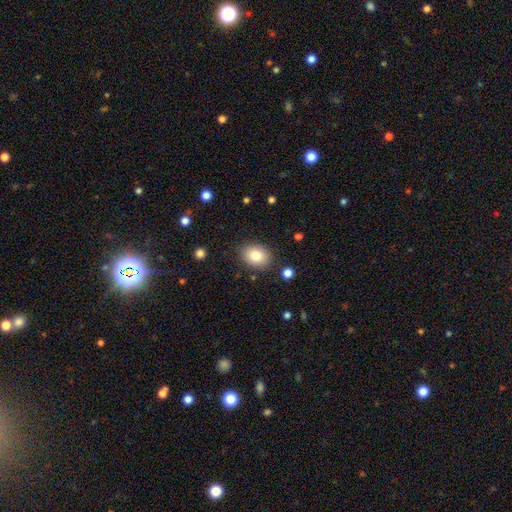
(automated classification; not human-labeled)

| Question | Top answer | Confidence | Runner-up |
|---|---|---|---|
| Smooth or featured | smooth | 82% | featured or disk (10%) |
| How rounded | in between | 65% | round (34%) |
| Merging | none | 85% | minor disturbance (10%) |